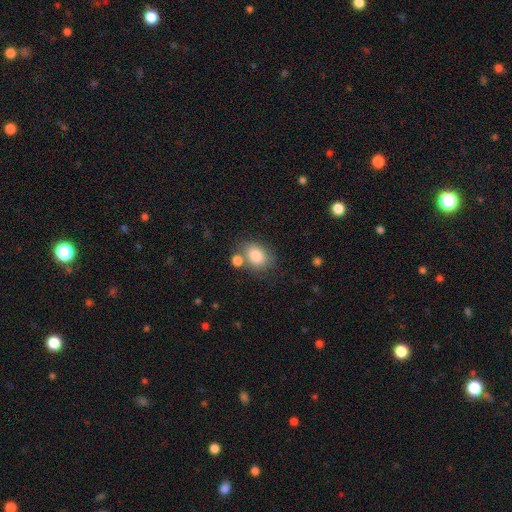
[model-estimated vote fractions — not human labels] This is clearly a smooth galaxy (83%). How rounded: likely in between (65%). Merging: possibly none (58%).